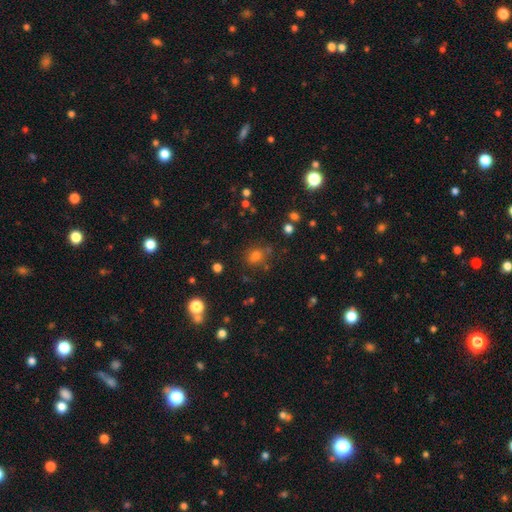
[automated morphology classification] Smooth or featured? smooth (73%)
How rounded? round (74%)
Merging? none (75%)